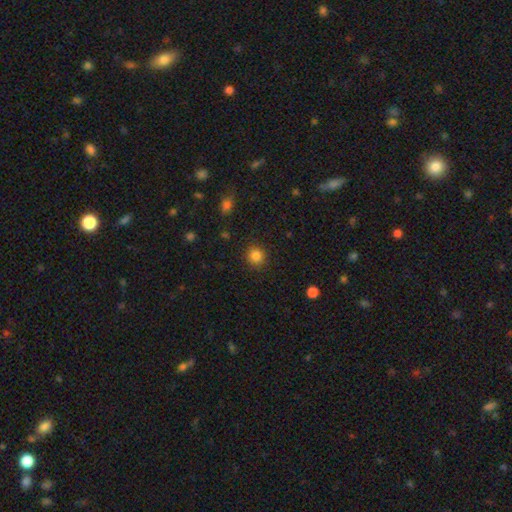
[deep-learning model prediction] Overall: smooth (85%). How rounded: round (90%). Merging: none (89%).